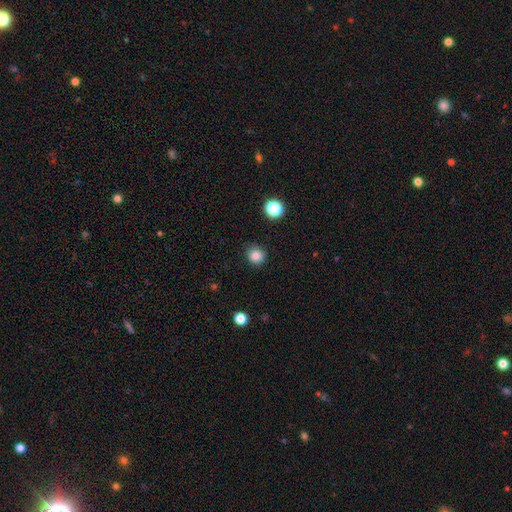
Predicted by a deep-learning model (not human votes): Q: Smooth or featured?
A: smooth (85%); runner-up: star or artifact (11%)
Q: How rounded?
A: round (85%); runner-up: in between (14%)
Q: Merging?
A: none (88%); runner-up: minor disturbance (8%)